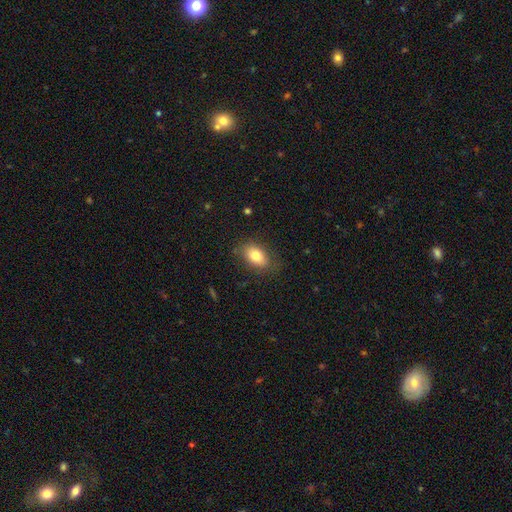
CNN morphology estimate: A smooth galaxy with no disk features (79%) that is in between round and cigar-shaped (87%).

Vote fractions:
- Smooth or featured? smooth: 79% / featured or disk: 12% / star or artifact: 8%
- How rounded? in between: 87% / round: 11% / cigar-shaped: 2%
- Merging? none: 79% / minor disturbance: 15% / major disturbance: 5% / merger: 1%